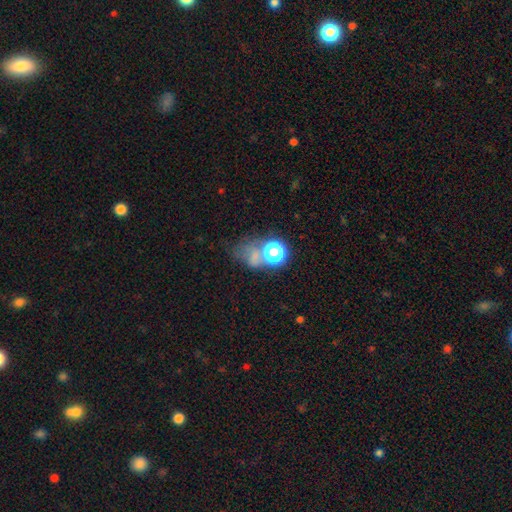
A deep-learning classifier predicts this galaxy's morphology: smooth_or_featured: smooth (p=0.52) [alt: star or artifact p=0.32]
how_rounded: round (p=0.59) [alt: in between p=0.39]
merging: none (p=0.36) [alt: merger p=0.27]